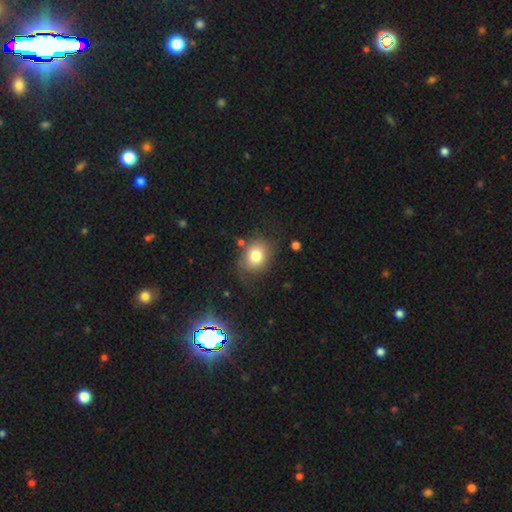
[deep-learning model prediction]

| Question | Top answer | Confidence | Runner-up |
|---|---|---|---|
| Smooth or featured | smooth | 77% | featured or disk (12%) |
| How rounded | round | 56% | in between (44%) |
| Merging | none | 69% | minor disturbance (19%) |